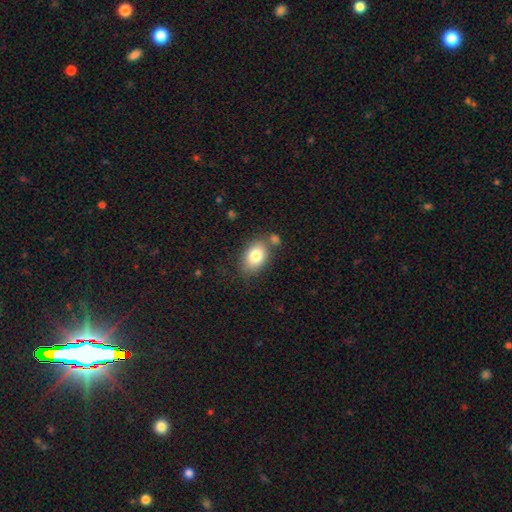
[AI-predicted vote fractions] A smooth galaxy with no disk features (80%) that is in between round and cigar-shaped (83%). Merging: none (69%).